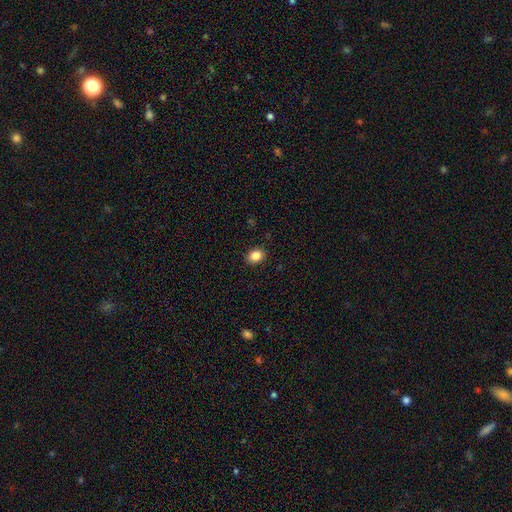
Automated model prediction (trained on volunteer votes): This appears to be a smooth galaxy with no disk features (85%) that is in between round and cigar-shaped (53%). Merging: none (89%).